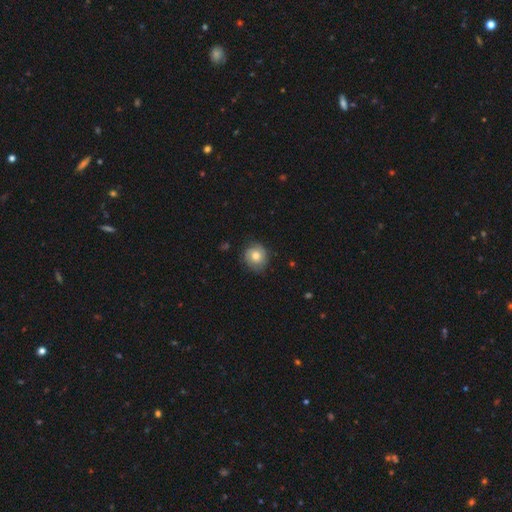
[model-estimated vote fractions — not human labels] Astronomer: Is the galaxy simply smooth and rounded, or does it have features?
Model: smooth — 75%.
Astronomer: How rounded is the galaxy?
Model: round — 84%.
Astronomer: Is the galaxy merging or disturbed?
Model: none — 75%.